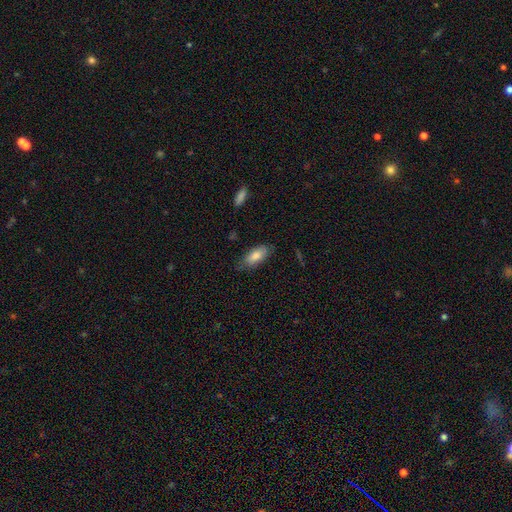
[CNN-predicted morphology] This appears to be a smooth galaxy with no disk features (78%) that is in between round and cigar-shaped (86%). Merging: none (73%).